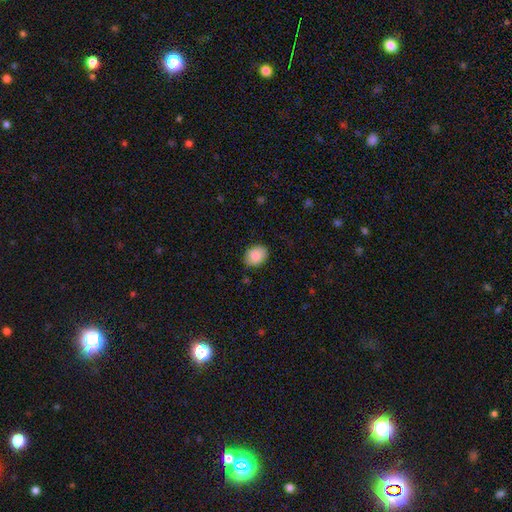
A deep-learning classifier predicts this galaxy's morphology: Overall: smooth (87%). How rounded: in between (67%; round 33%). Merging: none (84%).